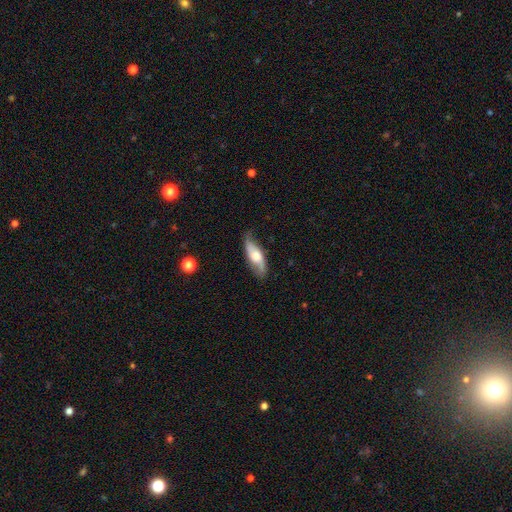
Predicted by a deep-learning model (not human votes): Overall: featured or disk (57%; smooth 37%). Edge-on disk: no (68%; yes 32%). Merging: none (71%).